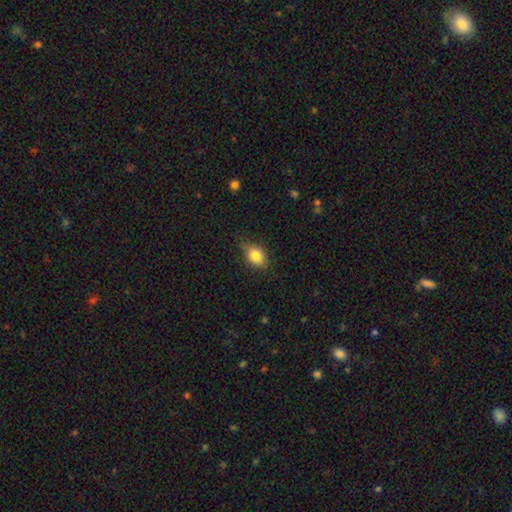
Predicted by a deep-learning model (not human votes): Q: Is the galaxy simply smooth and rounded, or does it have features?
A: smooth — 81%.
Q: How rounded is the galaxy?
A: in between — 71%.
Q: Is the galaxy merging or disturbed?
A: none — 68%.